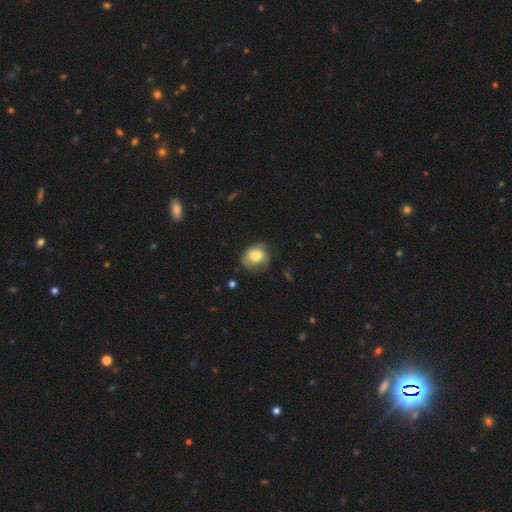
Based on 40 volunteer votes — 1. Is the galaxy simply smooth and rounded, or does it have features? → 82% smooth, 12% featured or disk, 5% star or artifact.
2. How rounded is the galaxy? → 79% round, 21% in between, 0% cigar-shaped.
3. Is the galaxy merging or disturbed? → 53% none, 34% minor disturbance, 13% major disturbance, 0% merger.